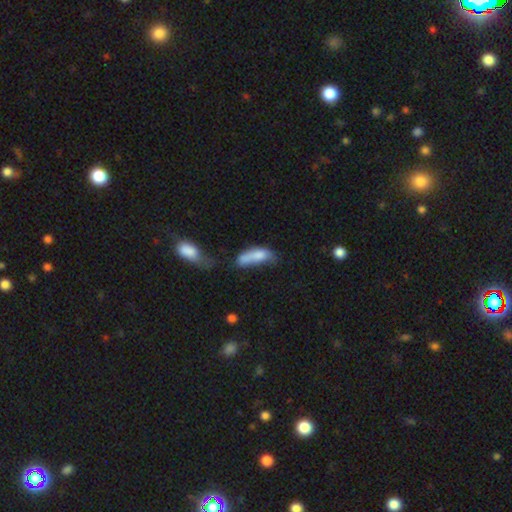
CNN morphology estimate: smooth 70%, featured or disk 21%, star or artifact 9%. Down the decision tree: how rounded — in between (66%); merging — merger (34%).